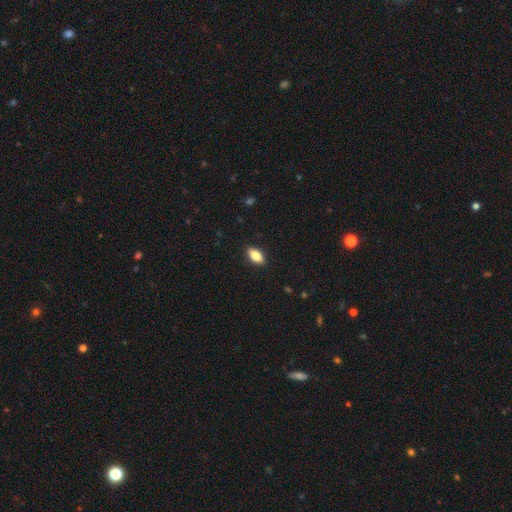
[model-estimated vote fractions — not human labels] smooth-or-featured: smooth: 81% | featured or disk: 12% | star or artifact: 7%
  how-rounded: in between: 88% | cigar-shaped: 9% | round: 4%
  merging: none: 89% | minor disturbance: 8% | major disturbance: 2% | merger: 1%